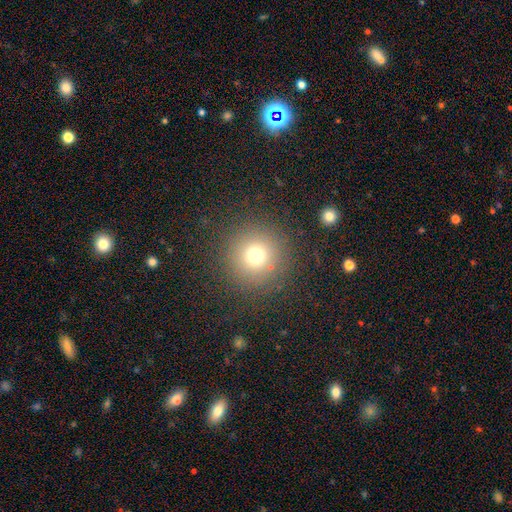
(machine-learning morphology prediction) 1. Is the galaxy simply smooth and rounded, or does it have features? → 72% smooth, 18% star or artifact, 10% featured or disk.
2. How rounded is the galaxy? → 95% round, 4% in between, 1% cigar-shaped.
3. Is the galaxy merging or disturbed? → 87% none, 7% minor disturbance, 4% major disturbance, 2% merger.